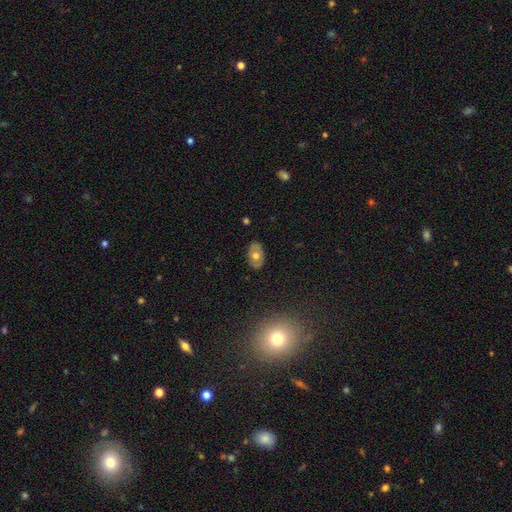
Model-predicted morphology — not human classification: A smooth galaxy with no disk features (55%) that is in between round and cigar-shaped (86%). Merging: none (84%).